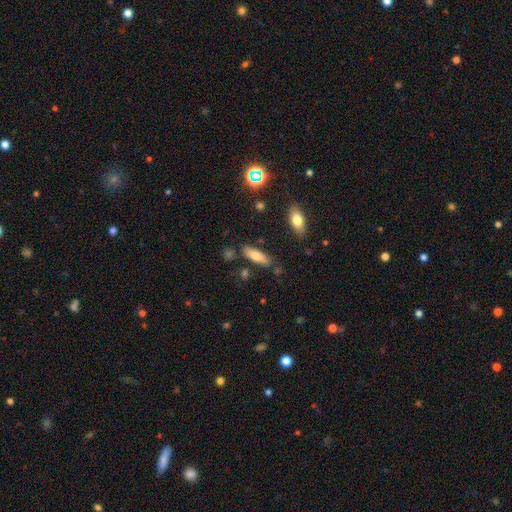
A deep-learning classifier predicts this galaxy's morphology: type=smooth (73%); roundness=in between (50%); merging=none (77%).